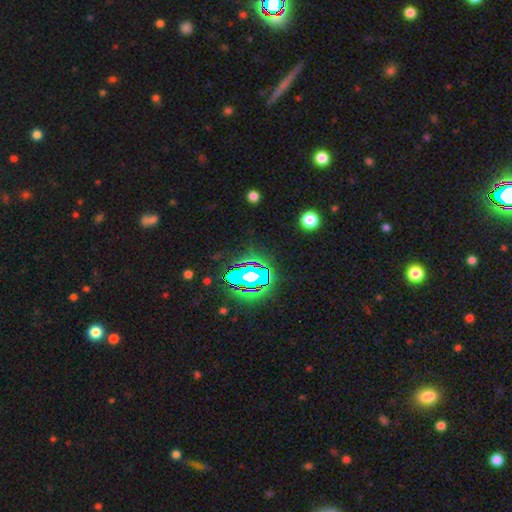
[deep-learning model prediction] Smooth or featured? star or artifact (80%)